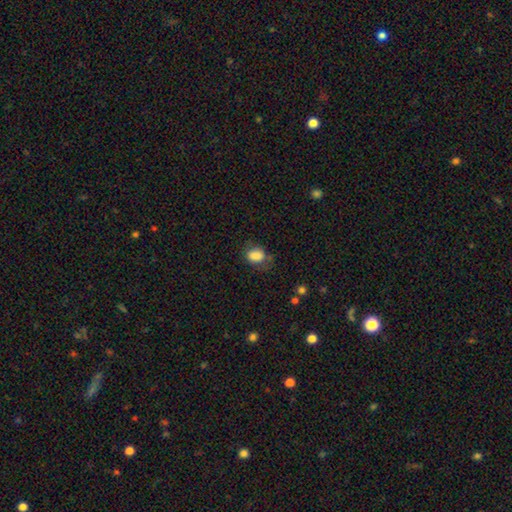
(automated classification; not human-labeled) This appears to be a smooth galaxy with no disk features (82%) that is in between round and cigar-shaped (65%). Merging: none (56%).